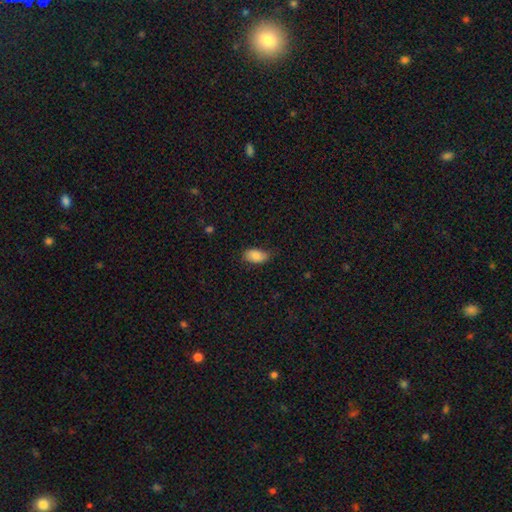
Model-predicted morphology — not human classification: A smooth galaxy with no disk features (86%) that is in between round and cigar-shaped (93%). Merging: none (69%).